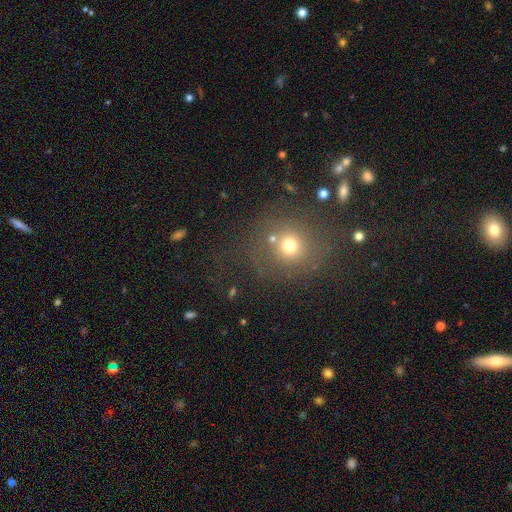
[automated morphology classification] Smooth or featured: smooth — 57% (star or artifact — 33%)
How rounded: round — 82% (in between — 16%)
Merging: none — 76% (minor disturbance — 12%)